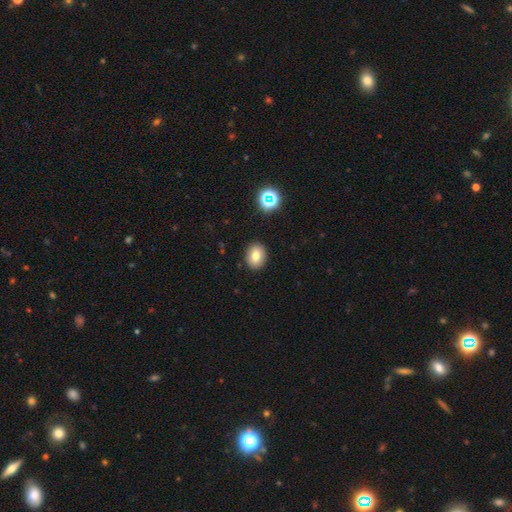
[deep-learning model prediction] This appears to be a smooth galaxy with no disk features (77%) that is round (52%). Merging: none (89%).